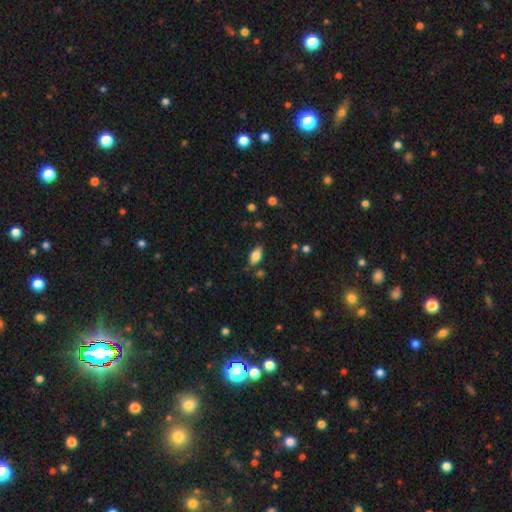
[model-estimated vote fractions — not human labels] This is likely a smooth galaxy (77%). How rounded: clearly in between (90%). Merging: likely none (80%).